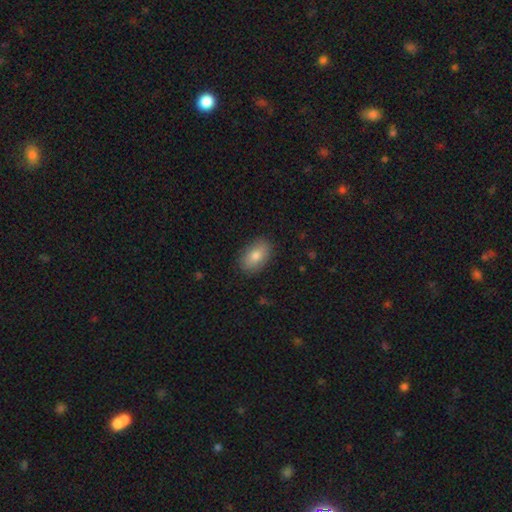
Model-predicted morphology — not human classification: A smooth galaxy with no disk features (80%) that is in between round and cigar-shaped (89%). Merging: none (87%).